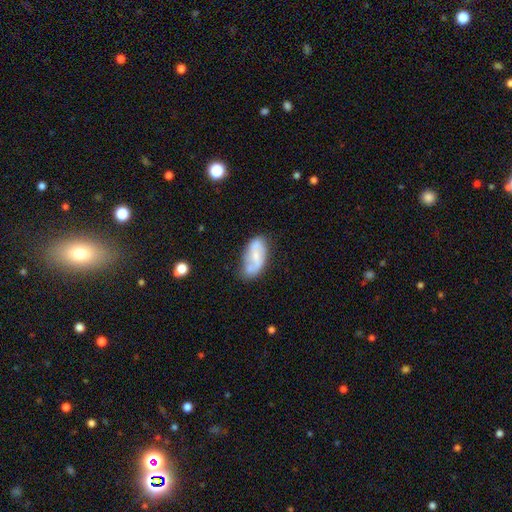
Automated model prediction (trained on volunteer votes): The model was most divided on "bar": no: 41%, weak: 40%, strong: 19%. More confident: edge-on disk — no (94%); spiral arms — yes (77%); smooth or featured — featured or disk (57%); merging — none (55%); bulge size — small (52%).